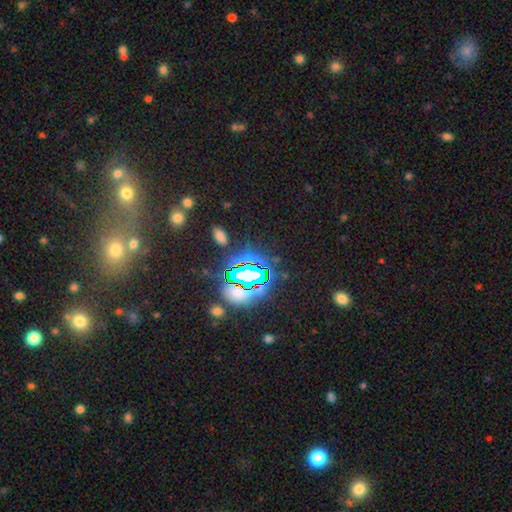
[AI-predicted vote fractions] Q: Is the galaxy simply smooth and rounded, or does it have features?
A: star or artifact — 78%.